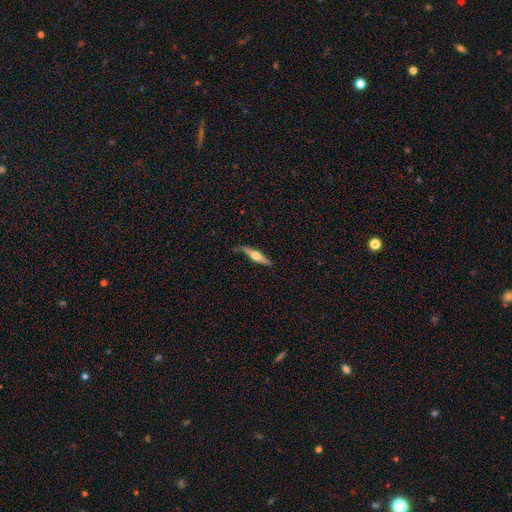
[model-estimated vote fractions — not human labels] featured or disk 65%, smooth 30%, star or artifact 5%. Down the decision tree: edge-on disk — yes (94%); edge-on bulge — rounded (94%); merging — none (74%).